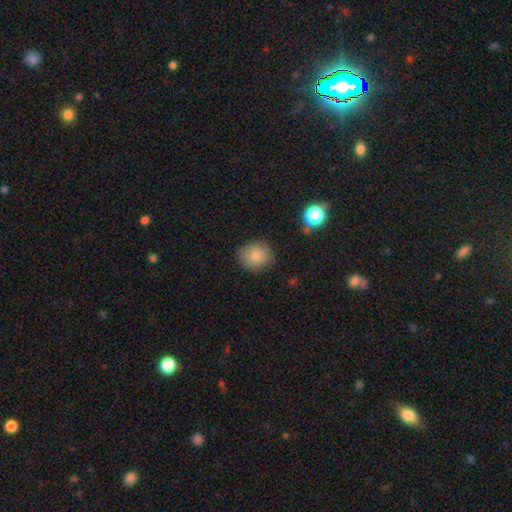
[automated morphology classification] A smooth galaxy with no disk features (82%) that is round (80%). Merging: none (83%).